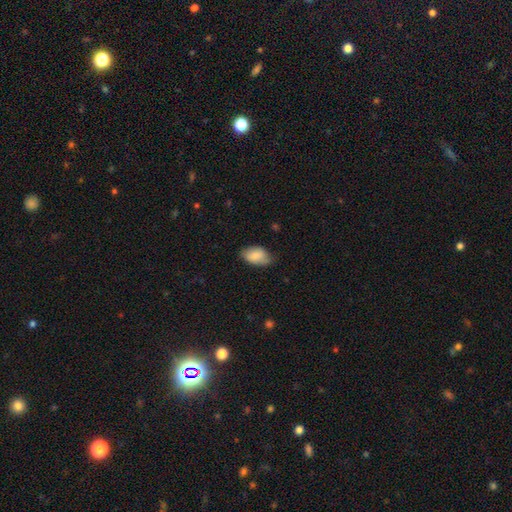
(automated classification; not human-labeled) smooth 81%, featured or disk 12%, star or artifact 7%. Down the decision tree: how rounded — in between (91%); merging — none (65%).